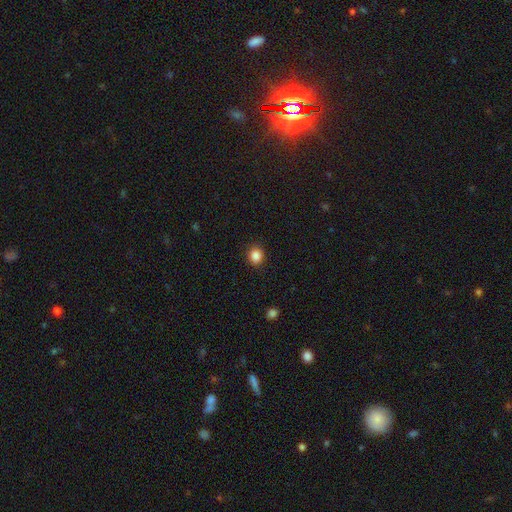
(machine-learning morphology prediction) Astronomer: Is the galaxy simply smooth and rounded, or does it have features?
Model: smooth — 86%.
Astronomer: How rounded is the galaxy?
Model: round — 80%.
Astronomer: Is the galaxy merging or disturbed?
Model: none — 90%.